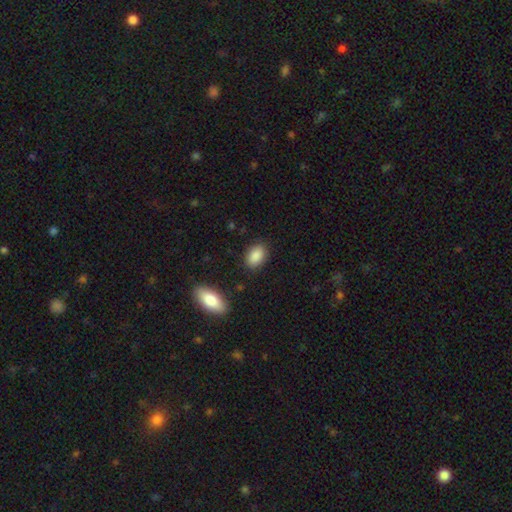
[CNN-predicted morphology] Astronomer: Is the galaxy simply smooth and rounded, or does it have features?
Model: smooth — 88%.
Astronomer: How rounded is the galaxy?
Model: in between — 85%.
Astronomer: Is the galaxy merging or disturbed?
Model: none — 85%.